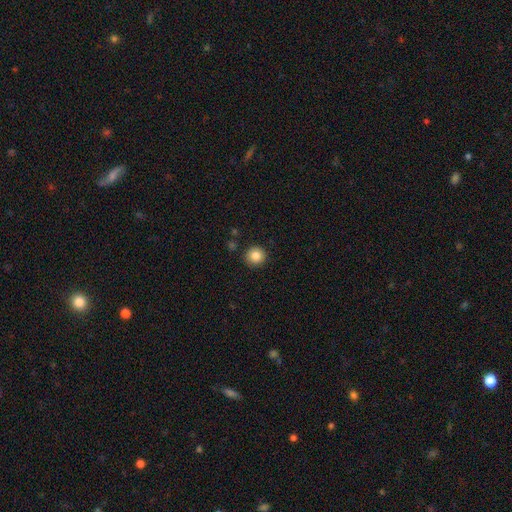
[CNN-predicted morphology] Q: Smooth or featured?
A: smooth (84%); runner-up: star or artifact (10%)
Q: How rounded?
A: round (93%); runner-up: in between (6%)
Q: Merging?
A: none (91%); runner-up: minor disturbance (6%)